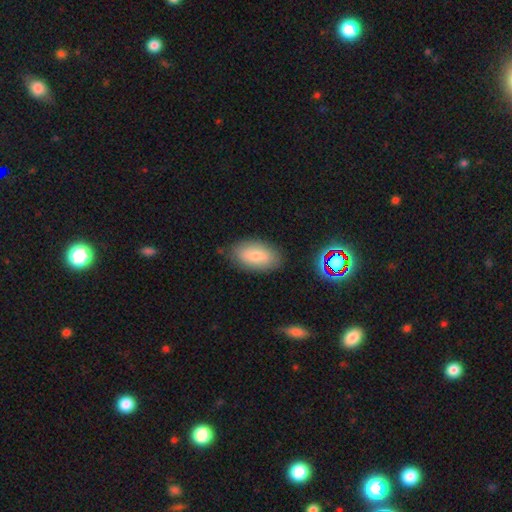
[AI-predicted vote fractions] Smooth or featured?
  - smooth: 72% *
  - featured or disk: 19%
  - star or artifact: 8%
How rounded?
  - in between: 93% *
  - round: 5%
  - cigar-shaped: 3%
Merging?
  - none: 82% *
  - minor disturbance: 13%
  - major disturbance: 3%
  - merger: 2%